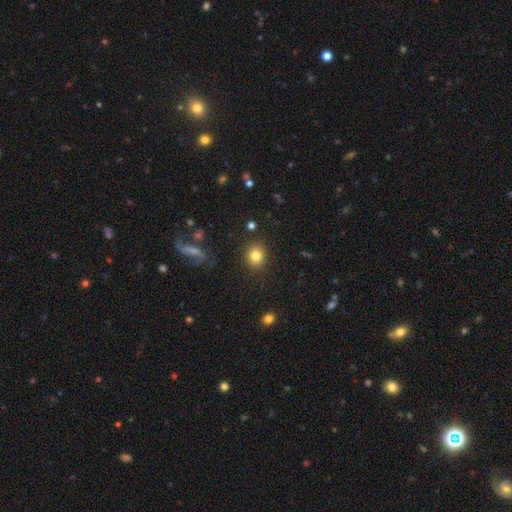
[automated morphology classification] This is clearly a smooth galaxy (81%). How rounded: likely round (79%). Merging: clearly none (89%).